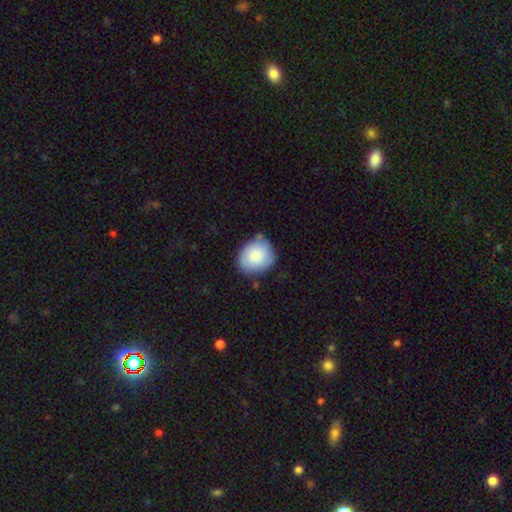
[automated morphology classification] type=smooth (81%); roundness=round (66%); merging=none (68%).